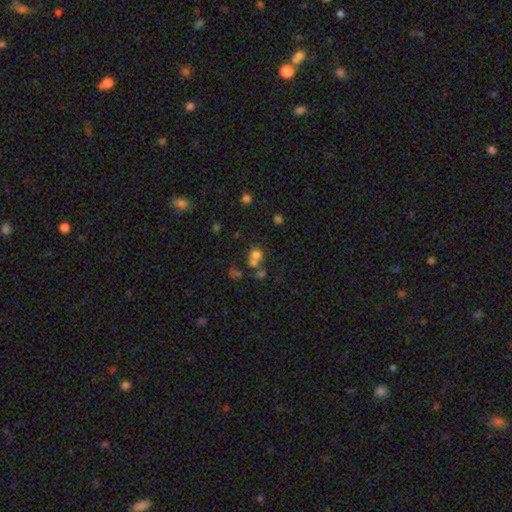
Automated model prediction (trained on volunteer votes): smooth 67%, star or artifact 19%, featured or disk 14%. Down the decision tree: how rounded — round (81%); merging — merger (46%).